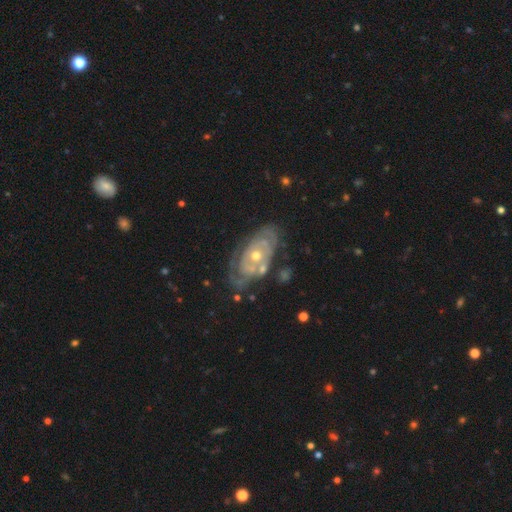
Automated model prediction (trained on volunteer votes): A featured or disk galaxy (84%) with no bar (83%), tight (77%) spiral arms (81%) and a moderate central bulge (55%).

Vote fractions:
- Smooth or featured? featured or disk: 84% / smooth: 11% / star or artifact: 5%
- Edge-on disk? no: 94% / yes: 6%
- Bar? no: 83% / weak: 13% / strong: 4%
- Spiral arms? yes: 81% / no: 19%
- Spiral winding? tight: 77% / medium: 17% / loose: 6%
- Spiral arm count? can't tell: 48% / 2: 28% / 3: 10% / 1: 6% / 4: 5% / more than 4: 4%
- Bulge size? moderate: 55% / small: 41% / large: 2% / none: 1% / dominant: 1%
- Merging? none: 62% / minor disturbance: 21% / major disturbance: 10% / merger: 7%